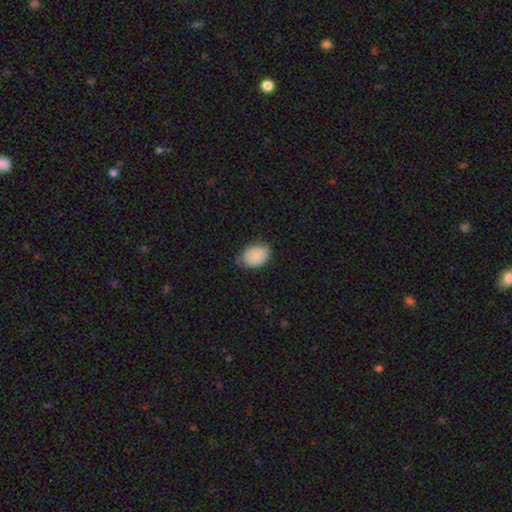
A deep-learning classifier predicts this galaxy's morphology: This is likely a smooth galaxy (76%). How rounded: likely in between (79%). Merging: likely none (66%).